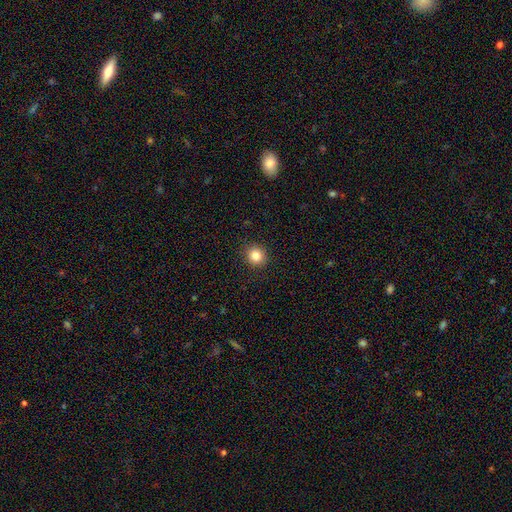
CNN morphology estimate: This appears to be a smooth galaxy with no disk features (83%) that is round (89%). Merging: none (91%).